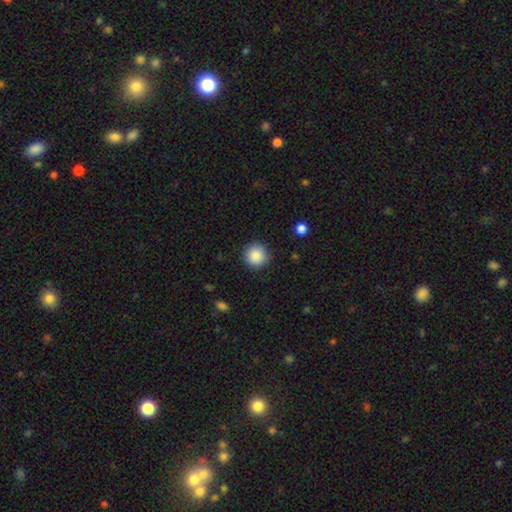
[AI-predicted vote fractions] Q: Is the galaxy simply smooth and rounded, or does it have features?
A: smooth — 87%.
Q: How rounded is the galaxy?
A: round — 95%.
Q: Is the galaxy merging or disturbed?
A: none — 89%.